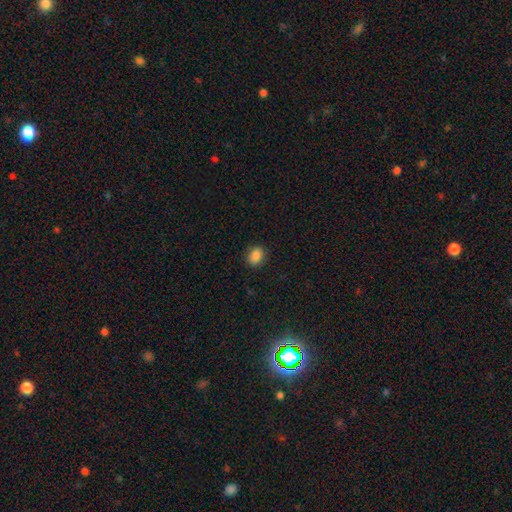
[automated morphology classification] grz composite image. It shows a smooth galaxy with no disk features (86%) that is in between round and cigar-shaped (57%). Merging: none (87%).